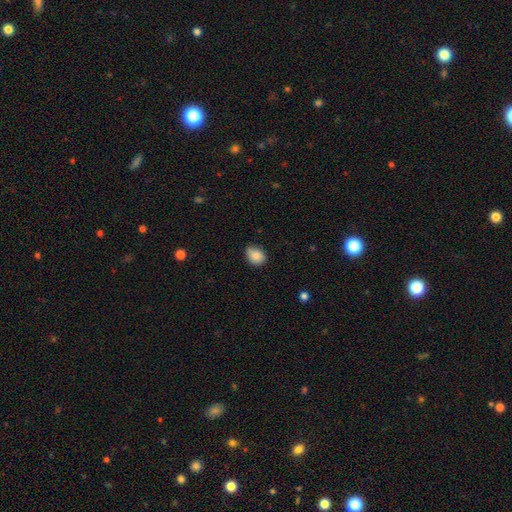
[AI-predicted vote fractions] This appears to be a smooth galaxy with no disk features (86%) that is in between round and cigar-shaped (62%). Merging: none (70%).